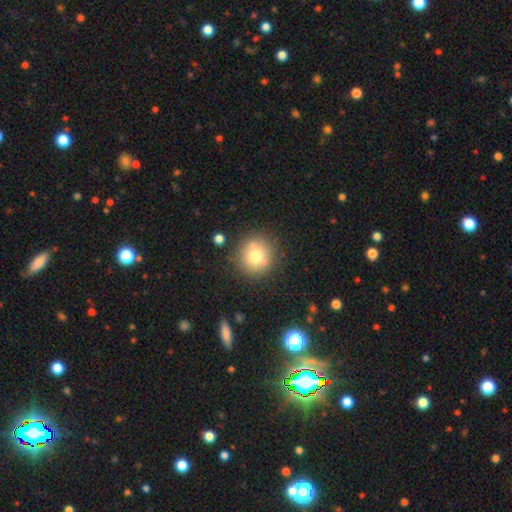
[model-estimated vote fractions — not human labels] smooth_or_featured: smooth (p=0.71) [alt: featured or disk p=0.17]
how_rounded: round (p=0.91) [alt: in between p=0.08]
merging: none (p=0.78) [alt: minor disturbance p=0.11]